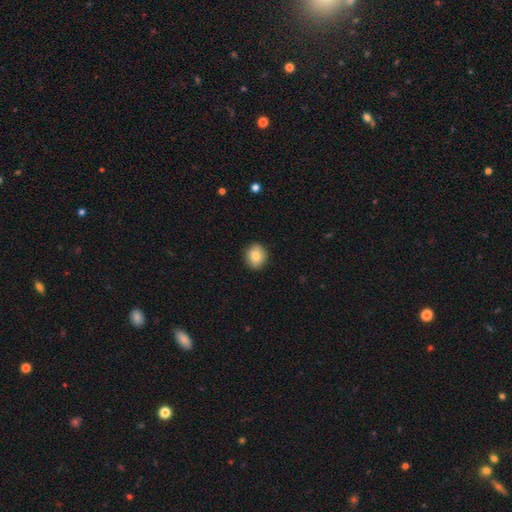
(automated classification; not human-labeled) smooth-or-featured: smooth: 81% | featured or disk: 11% | star or artifact: 8%
  how-rounded: round: 79% | in between: 20% | cigar-shaped: 1%
  merging: none: 90% | minor disturbance: 8% | major disturbance: 2% | merger: 1%